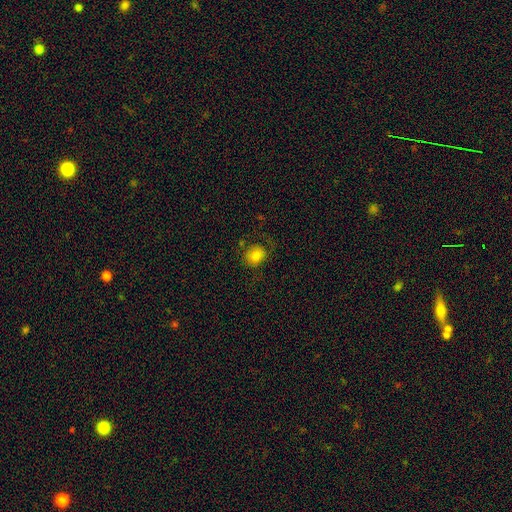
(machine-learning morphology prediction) Smooth or featured? Predicted: smooth (p=0.77). How rounded? Predicted: round (p=0.68). Merging? Predicted: none (p=0.66).